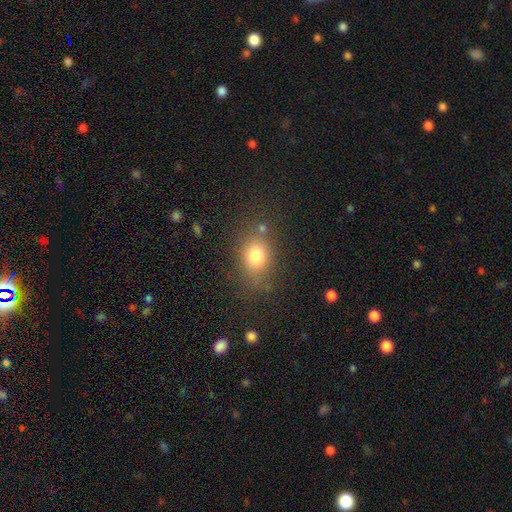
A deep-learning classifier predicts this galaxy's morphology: smooth_or_featured: smooth (p=0.78) [alt: star or artifact p=0.12]
how_rounded: in between (p=0.53) [alt: round p=0.46]
merging: none (p=0.69) [alt: minor disturbance p=0.18]